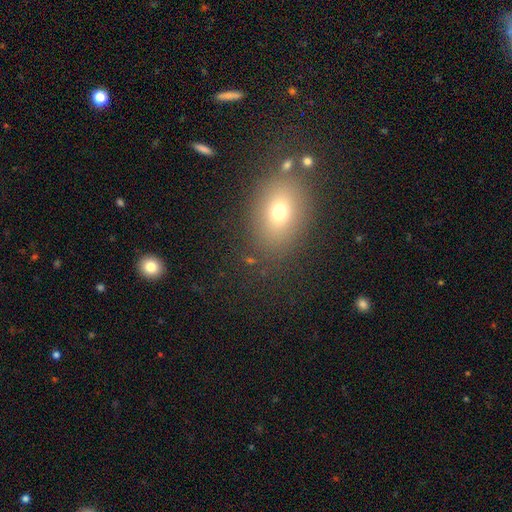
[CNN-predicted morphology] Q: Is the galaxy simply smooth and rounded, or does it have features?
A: smooth — 66%.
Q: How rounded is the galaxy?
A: in between — 69%.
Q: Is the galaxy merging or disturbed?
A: none — 82%.